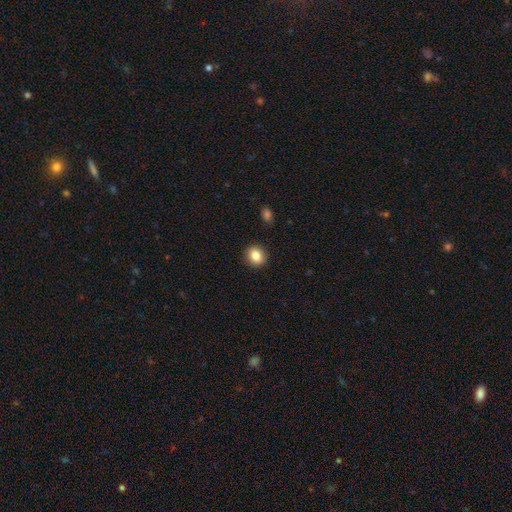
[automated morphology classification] Smooth or featured? smooth (84%)
How rounded? round (71%)
Merging? none (90%)